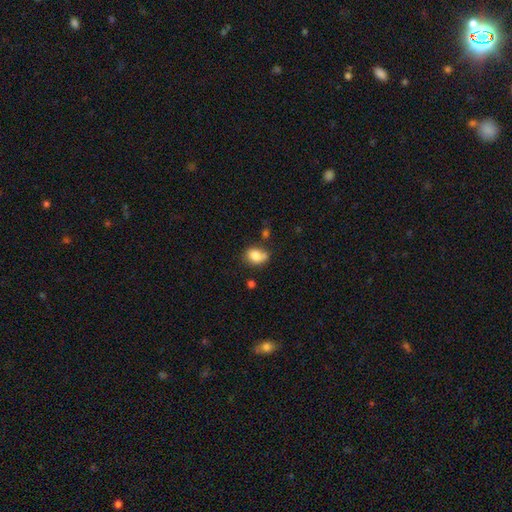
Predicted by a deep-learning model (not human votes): Morphology: type=smooth (80%); roundness=in between (61%); merging=none (50%).